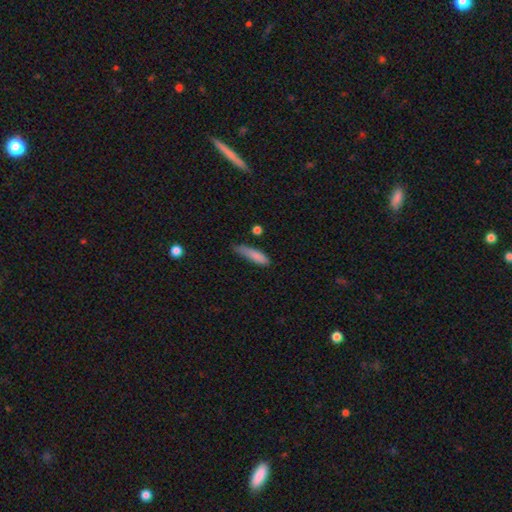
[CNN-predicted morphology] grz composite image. It shows a smooth galaxy with no disk features (82%) that is cigar-shaped (72%). Merging: none (50%).